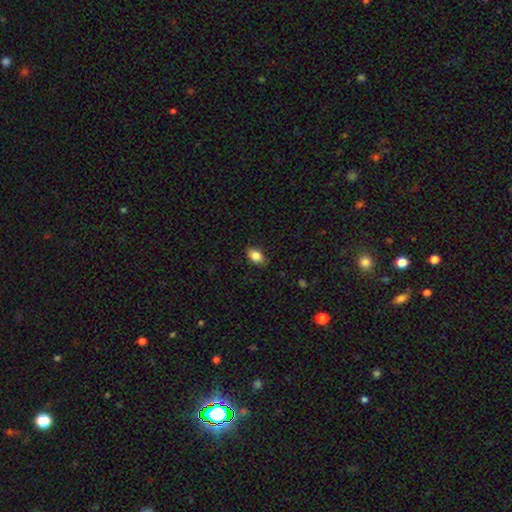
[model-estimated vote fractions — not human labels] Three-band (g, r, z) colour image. It shows a smooth galaxy with no disk features (84%) that is in between round and cigar-shaped (89%). Merging: none (84%).